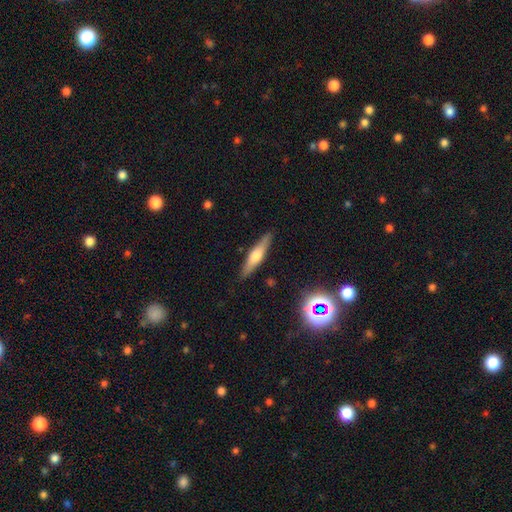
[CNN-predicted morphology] Smooth or featured? Predicted: featured or disk (p=0.50). Edge-on disk? Predicted: yes (p=0.93). Merging? Predicted: none (p=0.89).